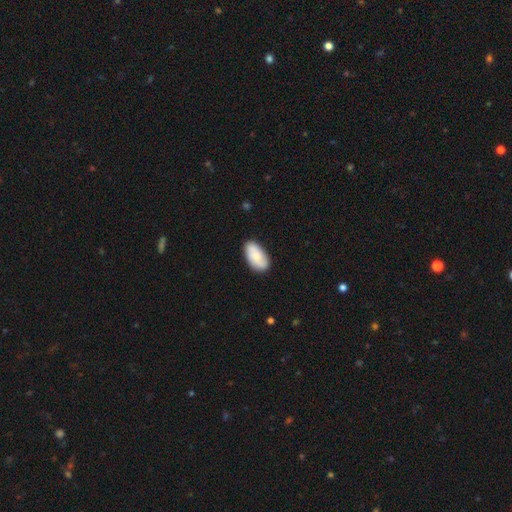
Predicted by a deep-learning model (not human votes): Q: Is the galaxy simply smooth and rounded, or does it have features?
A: smooth — 72%.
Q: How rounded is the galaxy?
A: in between — 94%.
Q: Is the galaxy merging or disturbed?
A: none — 82%.